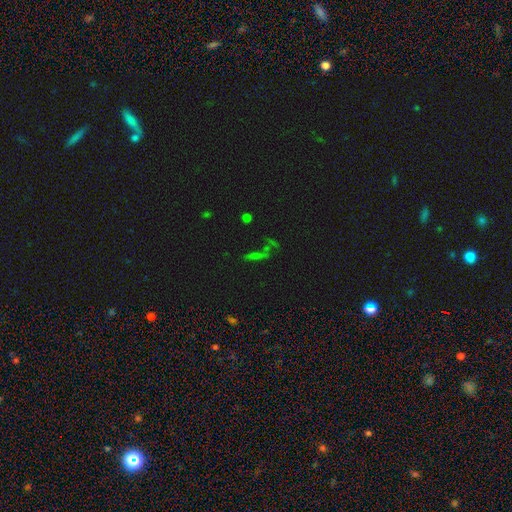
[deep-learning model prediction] Q: Smooth or featured?
A: star or artifact (48%); runner-up: smooth (31%)